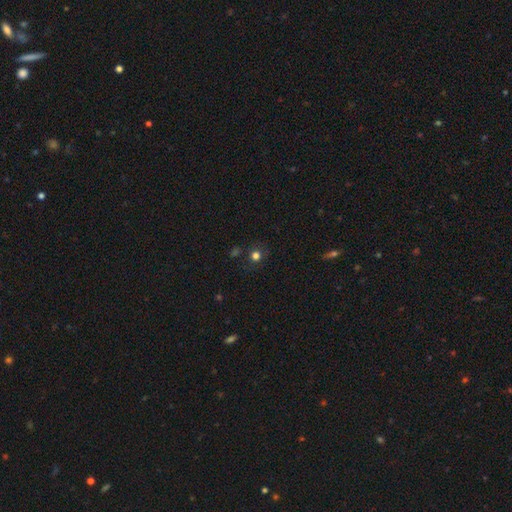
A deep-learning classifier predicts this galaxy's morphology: A smooth galaxy with no disk features (72%) that is round (88%).

Vote fractions:
- Smooth or featured? smooth: 72% / star or artifact: 21% / featured or disk: 7%
- How rounded? round: 88% / in between: 11% / cigar-shaped: 1%
- Merging? none: 81% / minor disturbance: 10% / major disturbance: 5% / merger: 4%